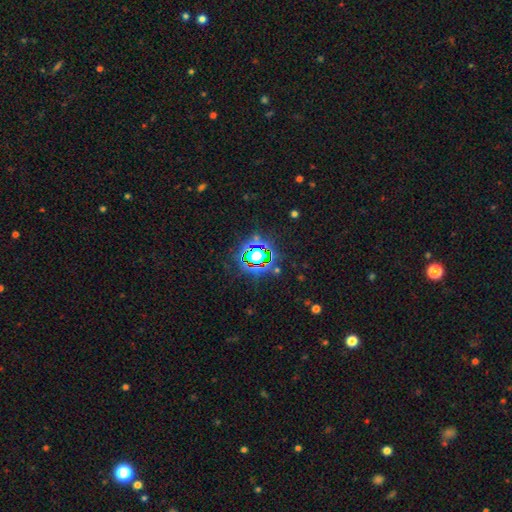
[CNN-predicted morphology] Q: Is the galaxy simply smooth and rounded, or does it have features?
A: star or artifact — 70%.